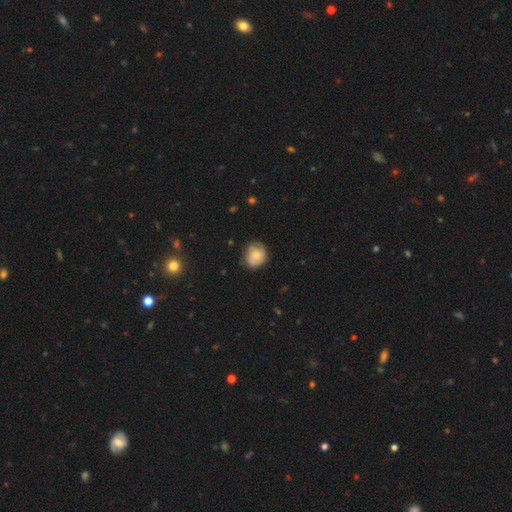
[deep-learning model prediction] smooth-or-featured: smooth: 54% | featured or disk: 38% | star or artifact: 8%
  how-rounded: round: 73% | in between: 26% | cigar-shaped: 1%
  merging: none: 68% | minor disturbance: 24% | major disturbance: 6% | merger: 2%